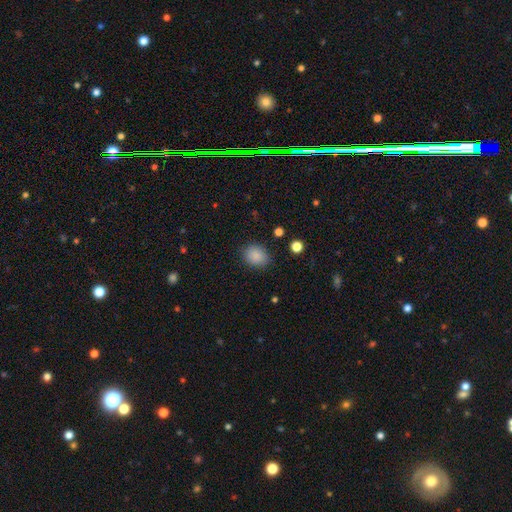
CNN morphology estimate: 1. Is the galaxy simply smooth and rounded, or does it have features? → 87% smooth, 9% star or artifact, 4% featured or disk.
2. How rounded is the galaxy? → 50% in between, 49% round, 1% cigar-shaped.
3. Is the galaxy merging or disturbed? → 84% none, 11% minor disturbance, 3% major disturbance, 1% merger.